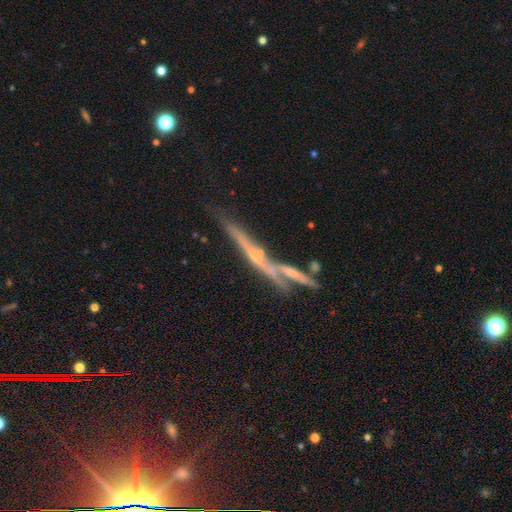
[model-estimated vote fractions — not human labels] A featured or disk galaxy (67%) viewed edge-on (88%) with no central bulge (51%).

Vote fractions:
- Smooth or featured? featured or disk: 67% / smooth: 18% / star or artifact: 15%
- Edge-on disk? yes: 88% / no: 12%
- Edge-on bulge? none: 51% / rounded: 41% / boxy: 8%
- Merging? none: 48% / merger: 30% / minor disturbance: 13% / major disturbance: 8%